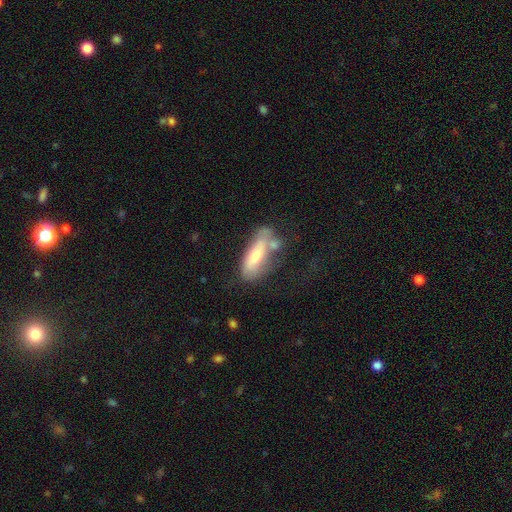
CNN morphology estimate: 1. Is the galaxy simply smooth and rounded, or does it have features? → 61% smooth, 32% featured or disk, 7% star or artifact.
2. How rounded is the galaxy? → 66% in between, 32% cigar-shaped, 2% round.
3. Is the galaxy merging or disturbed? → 37% none, 24% minor disturbance, 24% merger, 15% major disturbance.